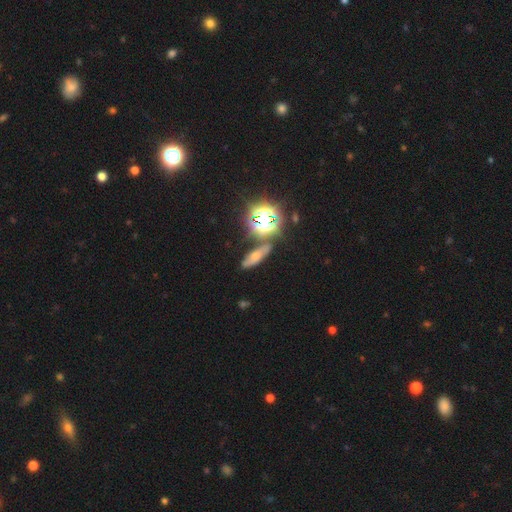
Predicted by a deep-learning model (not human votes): smooth-or-featured: smooth: 41% | star or artifact: 34% | featured or disk: 25%
  merging: none: 73% | minor disturbance: 14% | merger: 9% | major disturbance: 5%